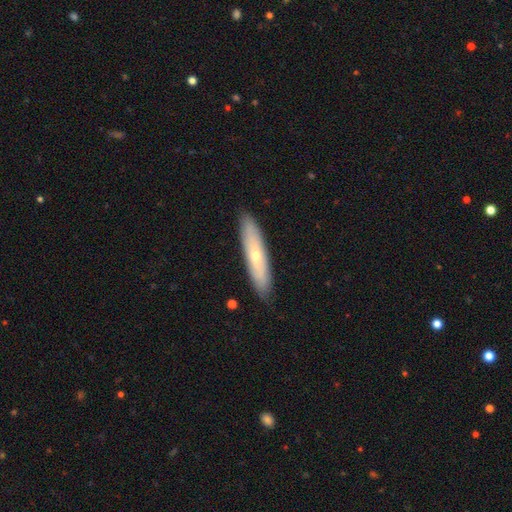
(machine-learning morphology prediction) Smooth or featured?
  - smooth: 48% *
  - featured or disk: 46%
  - star or artifact: 6%
Merging?
  - none: 89% *
  - minor disturbance: 8%
  - major disturbance: 2%
  - merger: 1%